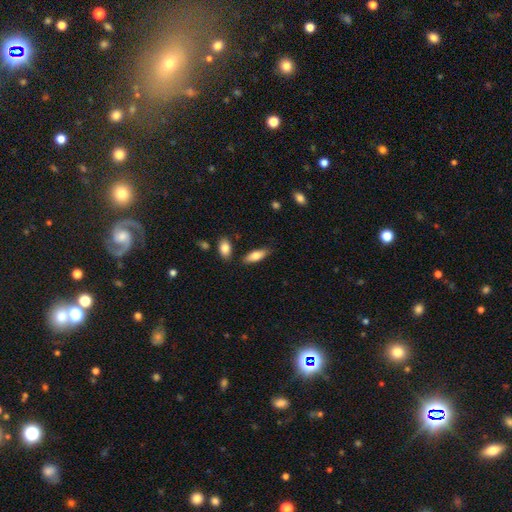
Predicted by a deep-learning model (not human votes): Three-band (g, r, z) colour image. It shows a smooth galaxy with no disk features (76%) that is in between round and cigar-shaped (71%). Merging: none (81%).